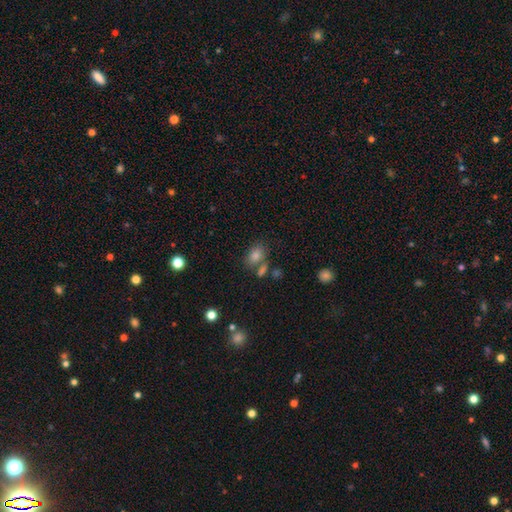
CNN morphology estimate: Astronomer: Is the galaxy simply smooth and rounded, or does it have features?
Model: smooth — 75%.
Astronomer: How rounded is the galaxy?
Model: in between — 75%.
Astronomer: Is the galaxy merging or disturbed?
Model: none — 60%.